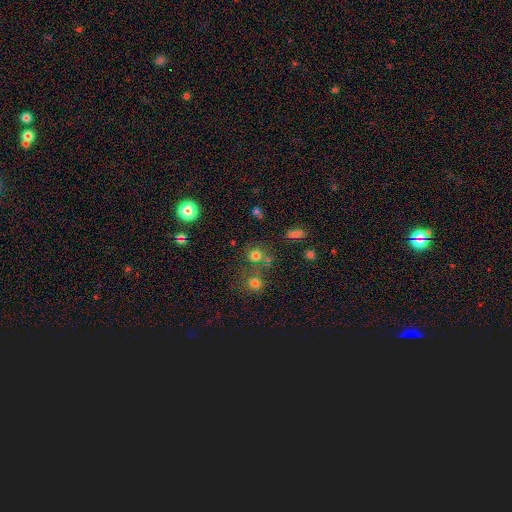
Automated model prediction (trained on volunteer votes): Morphology: type=smooth (71%); roundness=round (87%); merging=none (65%).